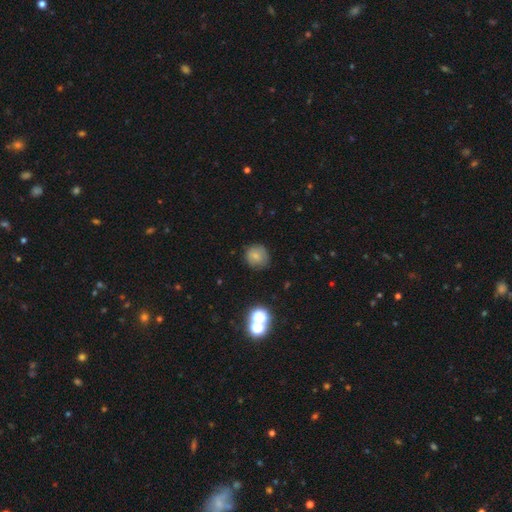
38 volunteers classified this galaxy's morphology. Q: Smooth or featured?
A: smooth (79%); runner-up: featured or disk (16%)
Q: How rounded?
A: round (77%); runner-up: in between (23%)
Q: Merging?
A: none (67%); runner-up: minor disturbance (22%)